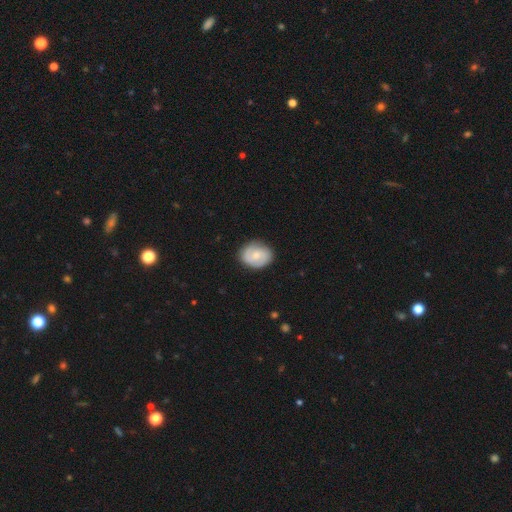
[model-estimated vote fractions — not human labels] smooth 48%, featured or disk 45%, star or artifact 6%. Down the decision tree: merging — none (82%).